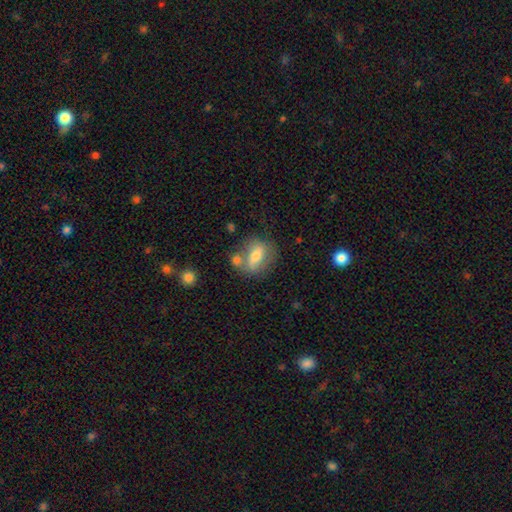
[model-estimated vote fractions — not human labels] Morphology: type=smooth (64%); roundness=in between (68%); merging=none (49%).